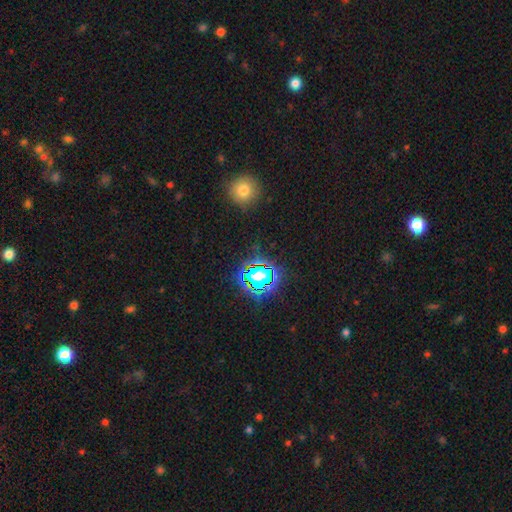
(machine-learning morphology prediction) Smooth or featured? star or artifact (74%)